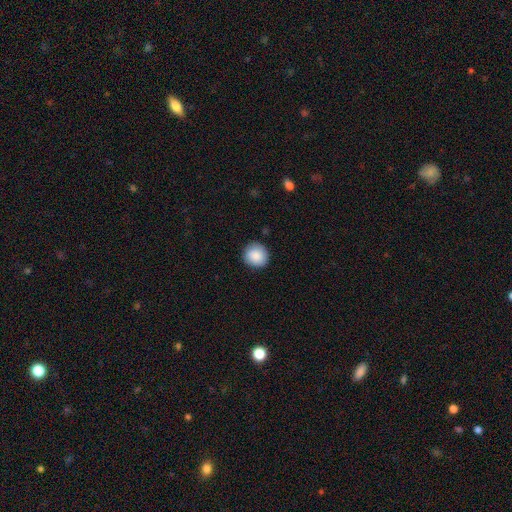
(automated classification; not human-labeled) Q: Smooth or featured?
A: smooth (89%); runner-up: star or artifact (7%)
Q: How rounded?
A: round (90%); runner-up: in between (9%)
Q: Merging?
A: none (89%); runner-up: minor disturbance (8%)